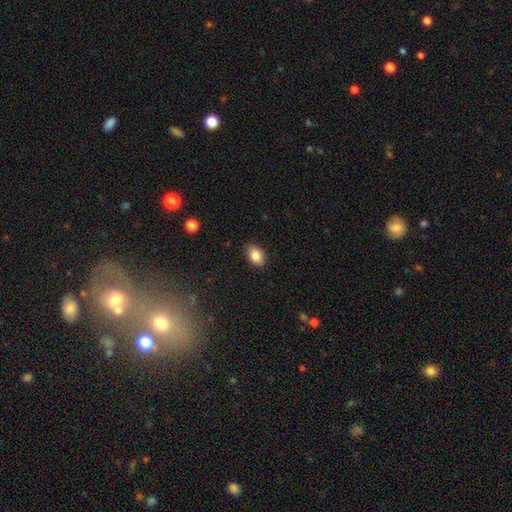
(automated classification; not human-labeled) The model was most divided on "how rounded": in between: 79%, round: 20%, cigar-shaped: 1%. More confident: smooth or featured — smooth (84%); merging — none (83%).